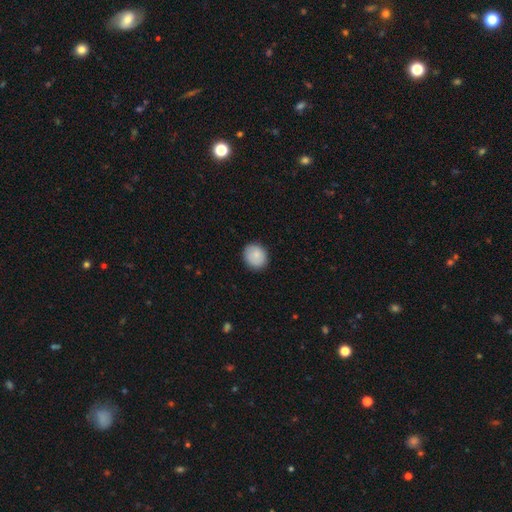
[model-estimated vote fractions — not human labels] Smooth or featured? Predicted: smooth (p=0.86). How rounded? Predicted: round (p=0.74). Merging? Predicted: none (p=0.89).